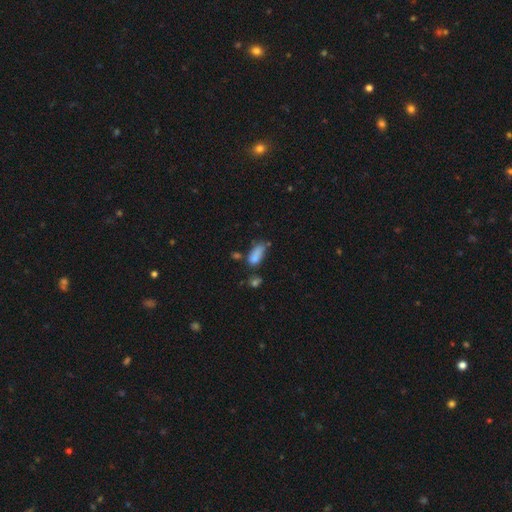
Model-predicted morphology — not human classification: Smooth or featured: smooth — 78% (featured or disk — 11%)
How rounded: in between — 79% (cigar-shaped — 16%)
Merging: none — 38% (minor disturbance — 28%)